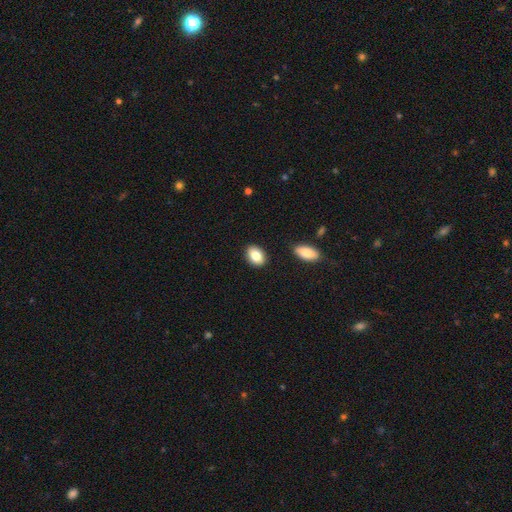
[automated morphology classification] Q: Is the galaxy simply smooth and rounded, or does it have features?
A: smooth — 84%.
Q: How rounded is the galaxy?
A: in between — 81%.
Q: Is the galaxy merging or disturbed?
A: none — 88%.